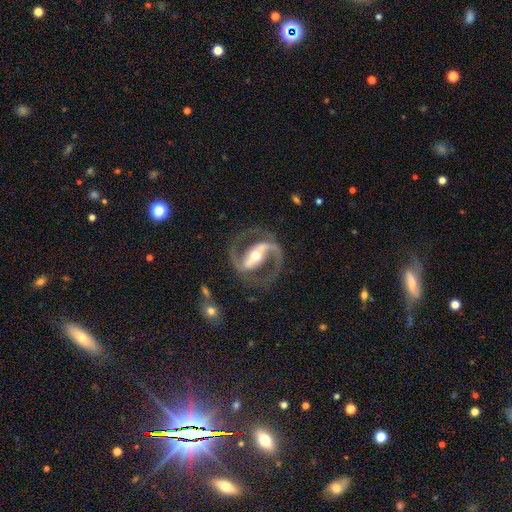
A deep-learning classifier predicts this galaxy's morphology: Smooth or featured? featured or disk (92%)
Edge-on disk? no (96%)
Bar? strong (71%)
Spiral arms? yes (96%)
Spiral winding? medium (62%)
Spiral arm count? 2 (93%)
Bulge size? moderate (66%)
Merging? none (80%)